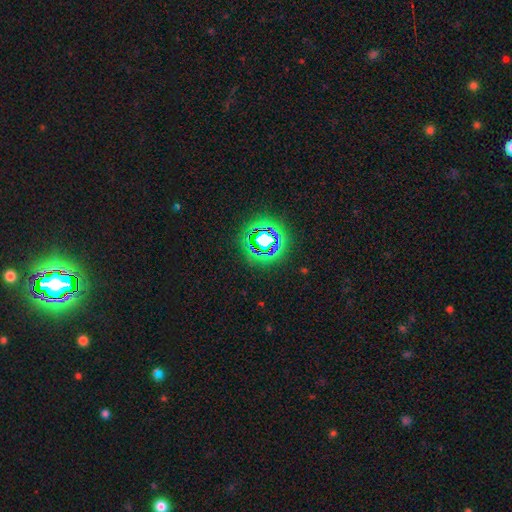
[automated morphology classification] Q: Smooth or featured?
A: star or artifact (74%); runner-up: smooth (18%)